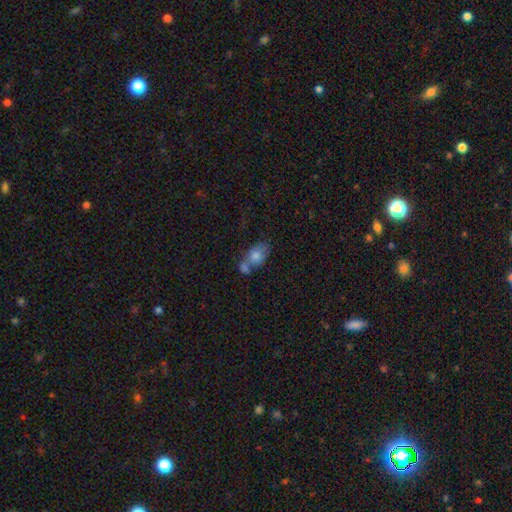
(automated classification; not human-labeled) The model was most divided on "merging": merger: 48%, none: 32%, minor disturbance: 13%, major disturbance: 6%. More confident: how rounded — in between (81%); smooth or featured — smooth (74%).